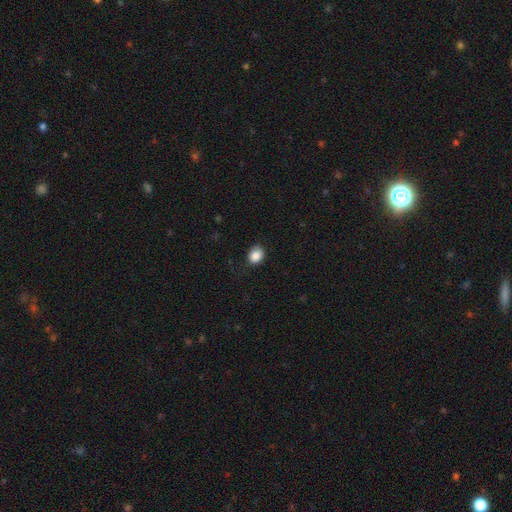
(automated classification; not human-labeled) A smooth galaxy with no disk features (87%) that is round (50%).

Vote fractions:
- Smooth or featured? smooth: 87% / star or artifact: 9% / featured or disk: 4%
- How rounded? round: 50% / in between: 49% / cigar-shaped: 1%
- Merging? none: 74% / minor disturbance: 20% / major disturbance: 4% / merger: 1%